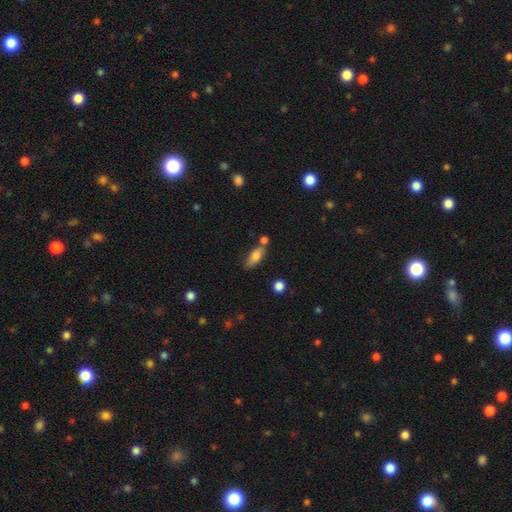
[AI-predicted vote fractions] Smooth or featured? smooth (71%)
How rounded? in between (67%)
Merging? none (61%)